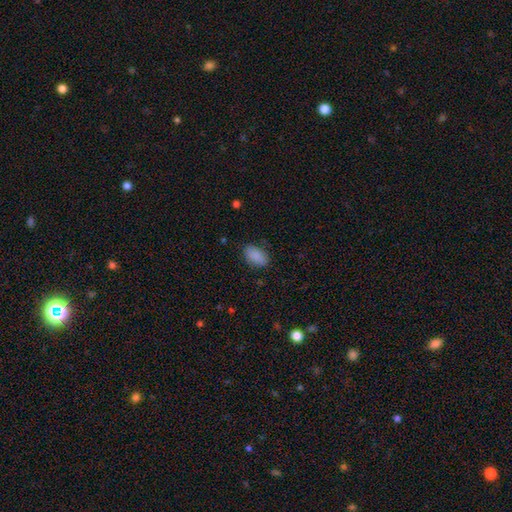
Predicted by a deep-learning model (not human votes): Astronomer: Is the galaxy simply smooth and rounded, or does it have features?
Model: smooth — 88%.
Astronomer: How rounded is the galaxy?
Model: in between — 92%.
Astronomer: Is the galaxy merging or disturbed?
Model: none — 82%.